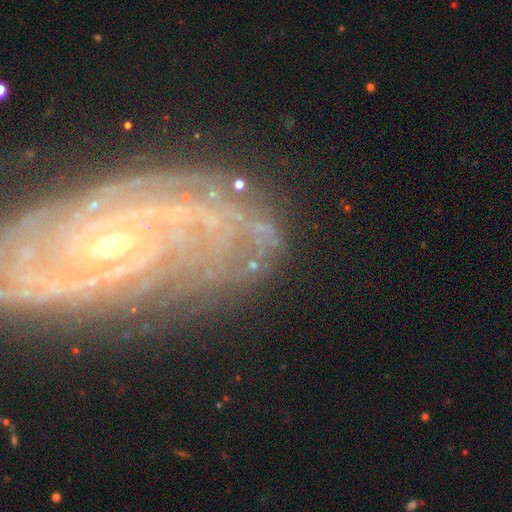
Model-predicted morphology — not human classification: The model was most divided on "bar": no: 45%, weak: 37%, strong: 18%. Remaining: spiral arms — yes (96%); edge-on disk — no (94%); smooth or featured — featured or disk (85%); merging — none (77%); spiral winding — tight (73%); bulge size — small (58%); spiral arm count — can't tell (29%).